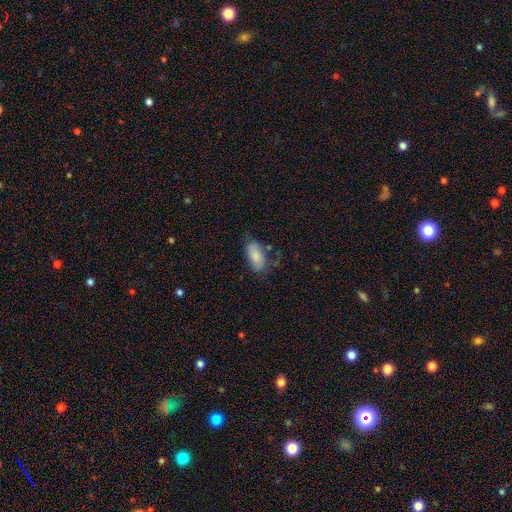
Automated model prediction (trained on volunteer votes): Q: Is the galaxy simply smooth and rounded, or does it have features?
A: smooth — 80%.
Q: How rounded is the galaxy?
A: in between — 92%.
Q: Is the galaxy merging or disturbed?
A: none — 53%.